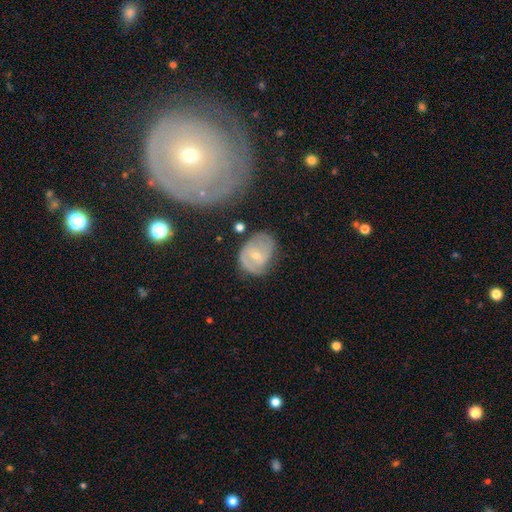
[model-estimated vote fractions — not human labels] This is likely a featured or disk galaxy (65%). It is clearly not viewed edge-on (96%). Bar: marginally no (44%, tied with weak). Spiral arm pattern: clearly yes (80%). Spiral arm count: possibly 2 (49%). Spiral winding: possibly tight (46%). Central bulge: likely small (62%). Merging: possibly none (55%).